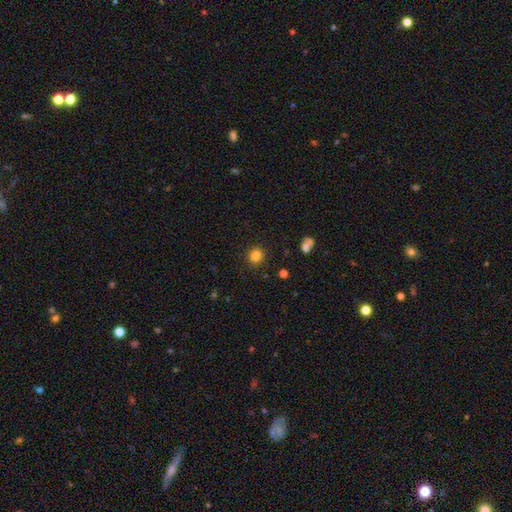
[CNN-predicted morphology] smooth-or-featured: smooth: 83% | star or artifact: 12% | featured or disk: 5%
  how-rounded: round: 86% | in between: 13% | cigar-shaped: 1%
  merging: none: 90% | minor disturbance: 6% | major disturbance: 2% | merger: 1%